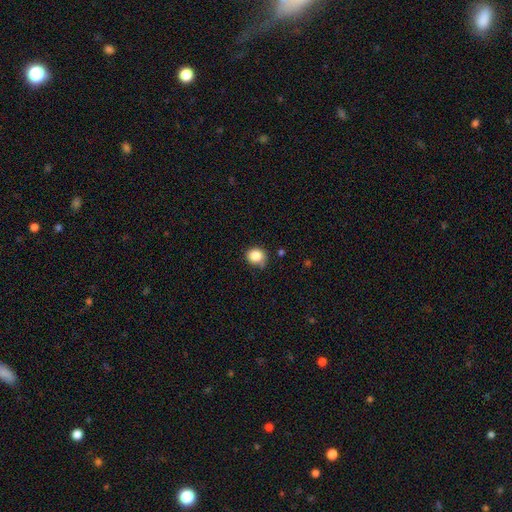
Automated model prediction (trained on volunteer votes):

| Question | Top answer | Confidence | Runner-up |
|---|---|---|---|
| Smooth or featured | smooth | 85% | star or artifact (10%) |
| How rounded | round | 80% | in between (19%) |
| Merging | none | 73% | minor disturbance (20%) |